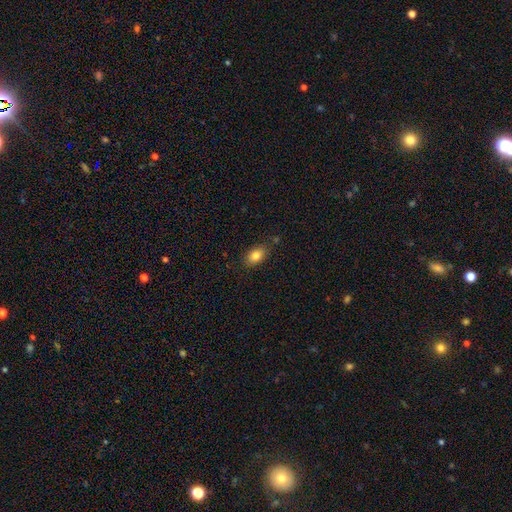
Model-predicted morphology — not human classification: Smooth or featured? Predicted: smooth (p=0.82). How rounded? Predicted: in between (p=0.84). Merging? Predicted: none (p=0.80).